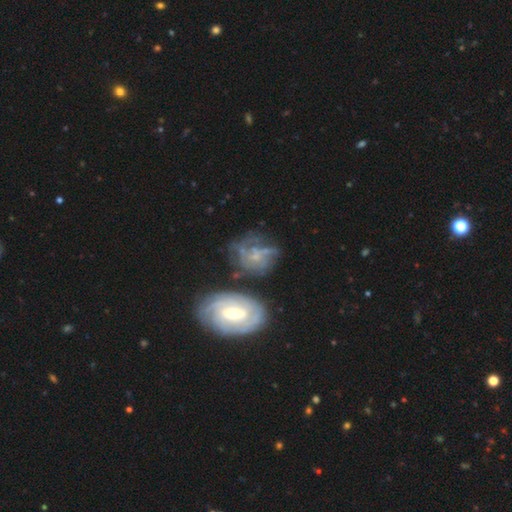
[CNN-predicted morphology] The model was most divided on "bulge size": small: 43%, moderate: 29%, none: 23%, large: 3%, dominant: 2%. Remaining: edge-on disk — no (96%); bar — no (68%); spiral arms — yes (66%); smooth or featured — featured or disk (63%); merging — none (46%).